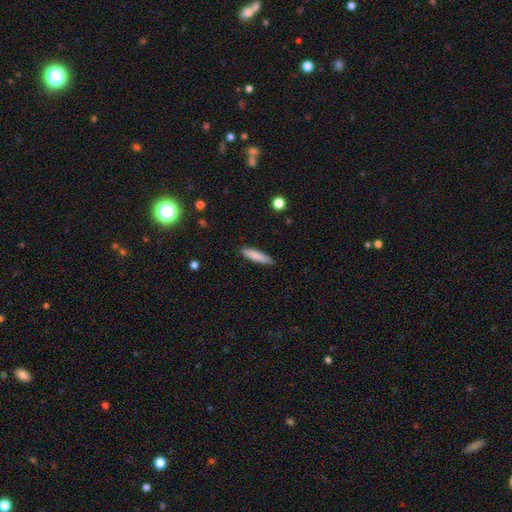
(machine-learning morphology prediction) smooth-or-featured: smooth: 83% | featured or disk: 10% | star or artifact: 6%
  how-rounded: cigar-shaped: 79% | in between: 19% | round: 1%
  merging: none: 88% | minor disturbance: 9% | major disturbance: 2% | merger: 1%